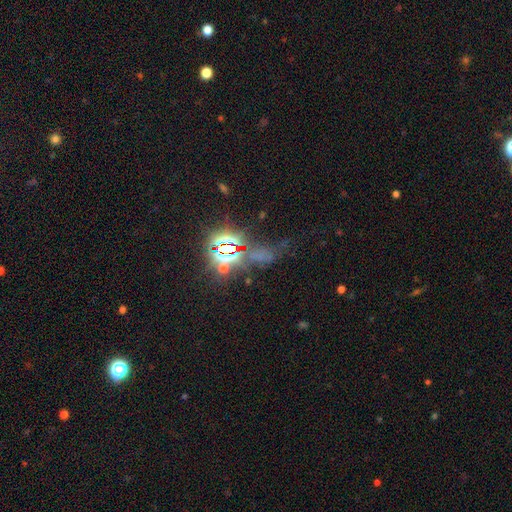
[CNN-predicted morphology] A star or artifact, not a galaxy (79%).

Vote fractions:
- Smooth or featured? star or artifact: 79% / smooth: 11% / featured or disk: 10%